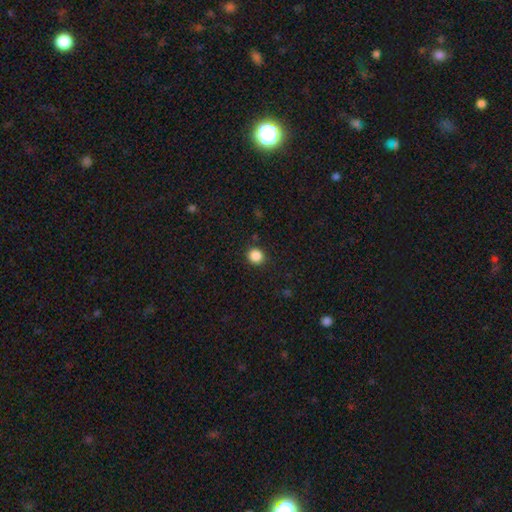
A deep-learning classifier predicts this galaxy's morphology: Q: Smooth or featured?
A: smooth (86%); runner-up: star or artifact (11%)
Q: How rounded?
A: round (89%); runner-up: in between (10%)
Q: Merging?
A: none (90%); runner-up: minor disturbance (7%)